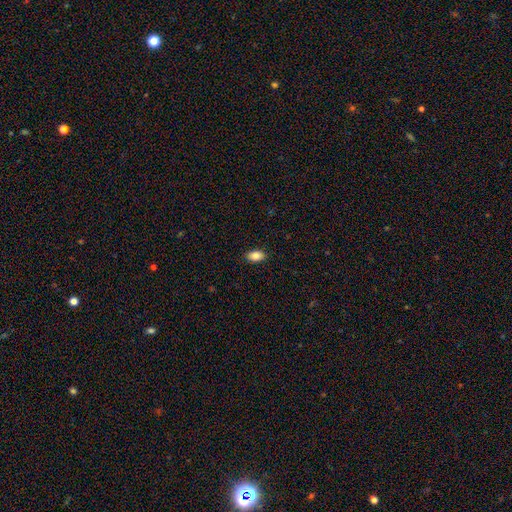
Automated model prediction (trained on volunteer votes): A smooth galaxy with no disk features (85%) that is in between round and cigar-shaped (91%). Merging: none (89%).